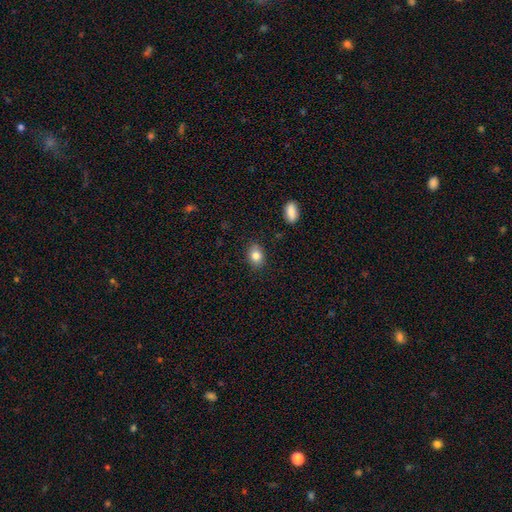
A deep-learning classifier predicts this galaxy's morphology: The model was most divided on "how rounded": in between: 67%, round: 32%, cigar-shaped: 1%. More confident: merging — none (86%); smooth or featured — smooth (82%).